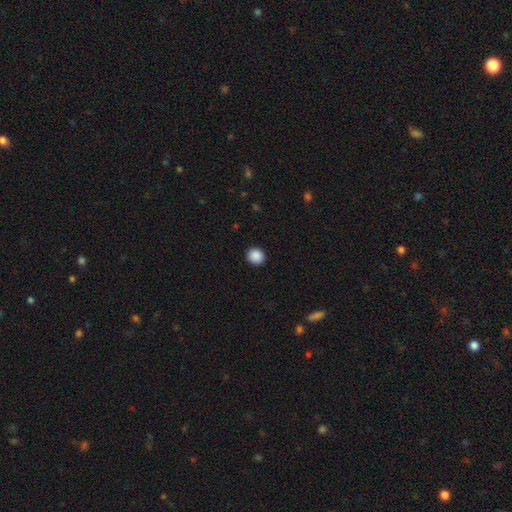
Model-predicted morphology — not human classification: Smooth or featured?
  - smooth: 89% *
  - star or artifact: 9%
  - featured or disk: 2%
How rounded?
  - round: 87% *
  - in between: 12%
  - cigar-shaped: 1%
Merging?
  - none: 92% *
  - minor disturbance: 5%
  - major disturbance: 2%
  - merger: 1%